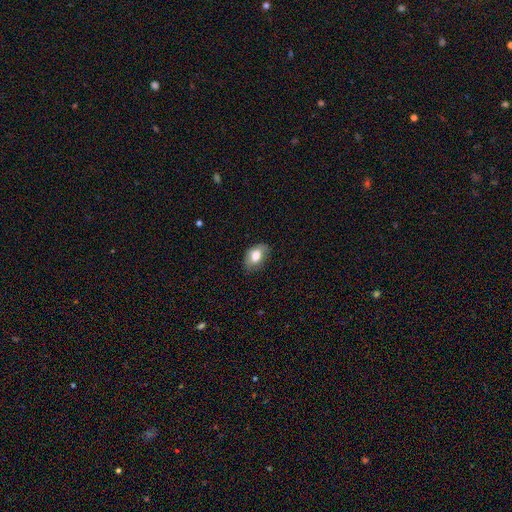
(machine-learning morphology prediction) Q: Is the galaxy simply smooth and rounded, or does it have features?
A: smooth — 74%.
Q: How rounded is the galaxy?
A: in between — 88%.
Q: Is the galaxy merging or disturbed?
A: none — 70%.